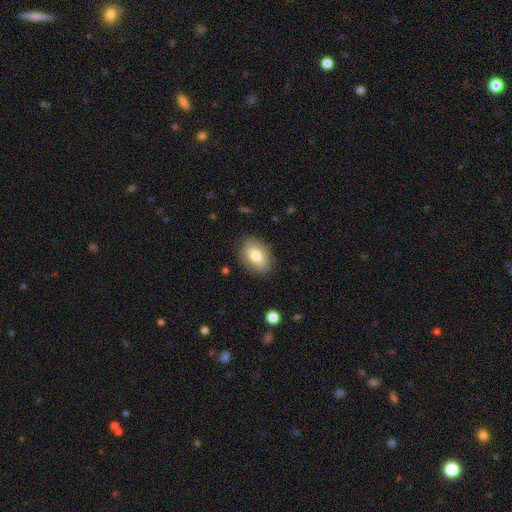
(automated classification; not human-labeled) smooth_or_featured: smooth (p=0.73) [alt: featured or disk p=0.19]
how_rounded: in between (p=0.85) [alt: round p=0.13]
merging: none (p=0.84) [alt: minor disturbance p=0.12]